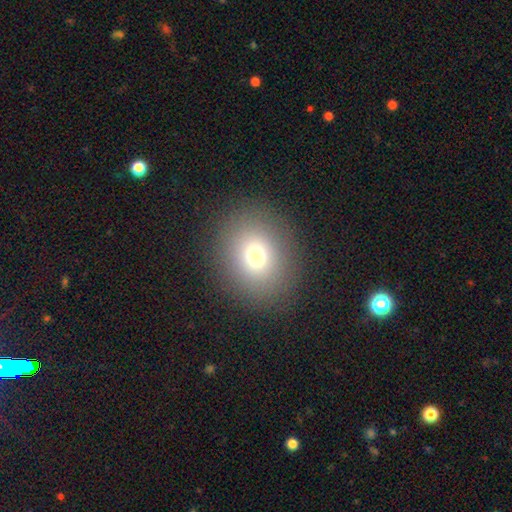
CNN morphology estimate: This is likely a smooth galaxy (75%). How rounded: likely round (65%). Merging: clearly none (88%).